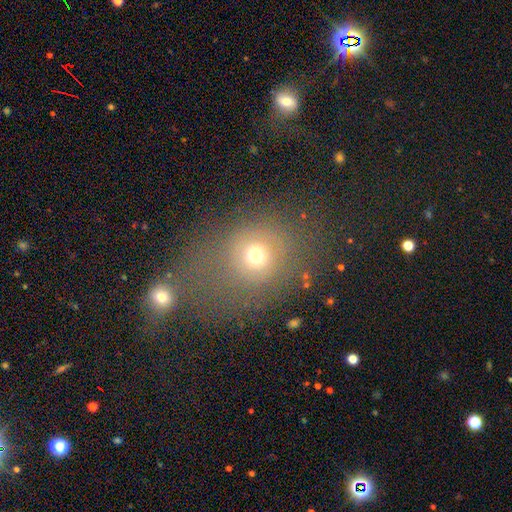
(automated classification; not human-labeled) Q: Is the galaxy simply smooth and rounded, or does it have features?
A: smooth — 68%.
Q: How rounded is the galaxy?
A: round — 72%.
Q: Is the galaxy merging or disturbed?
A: none — 55%.